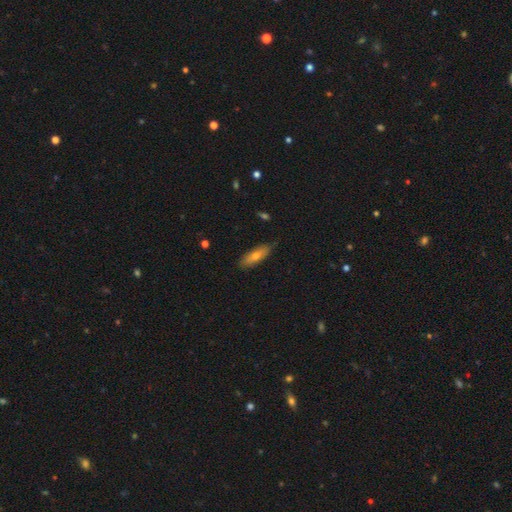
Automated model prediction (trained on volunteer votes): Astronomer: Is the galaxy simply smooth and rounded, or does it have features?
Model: smooth — 59%.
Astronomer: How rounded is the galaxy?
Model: cigar-shaped — 49%, tied with in between at 49%.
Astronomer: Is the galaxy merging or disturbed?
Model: none — 83%.